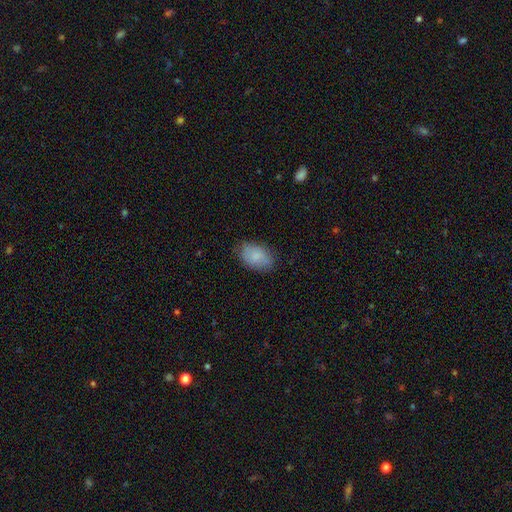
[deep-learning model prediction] Smooth or featured?
  - smooth: 83% *
  - featured or disk: 10%
  - star or artifact: 7%
How rounded?
  - in between: 88% *
  - round: 11%
  - cigar-shaped: 1%
Merging?
  - none: 77% *
  - minor disturbance: 18%
  - major disturbance: 4%
  - merger: 1%